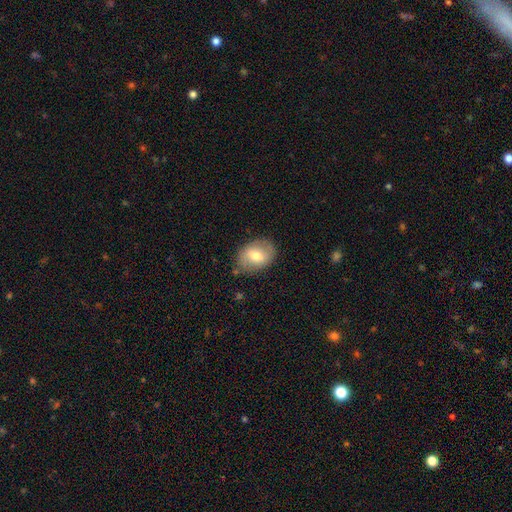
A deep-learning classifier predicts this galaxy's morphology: A smooth galaxy with no disk features (62%) that is in between round and cigar-shaped (70%).

Vote fractions:
- Smooth or featured? smooth: 62% / featured or disk: 31% / star or artifact: 7%
- How rounded? in between: 70% / round: 28% / cigar-shaped: 1%
- Merging? none: 79% / minor disturbance: 15% / major disturbance: 4% / merger: 2%